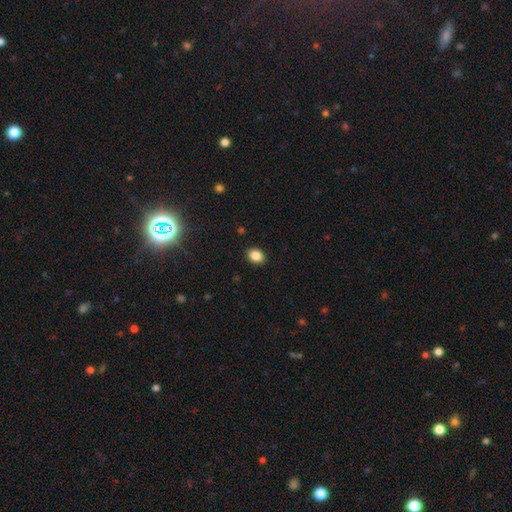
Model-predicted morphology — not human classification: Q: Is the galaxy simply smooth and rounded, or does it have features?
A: smooth — 86%.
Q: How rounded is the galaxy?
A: in between — 57%.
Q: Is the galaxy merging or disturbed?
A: none — 90%.